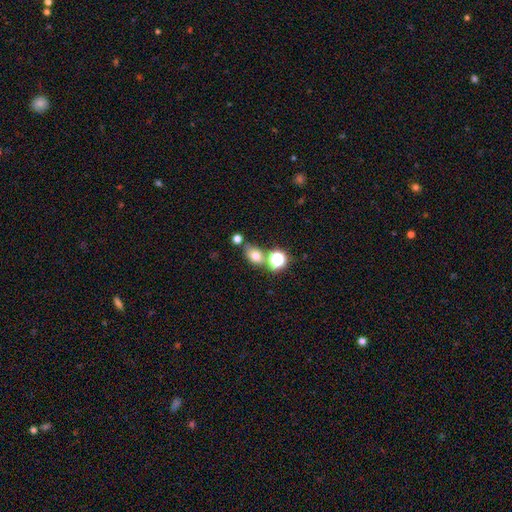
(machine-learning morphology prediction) Smooth or featured: smooth — 70% (star or artifact — 18%)
How rounded: in between — 56% (round — 42%)
Merging: none — 63% (merger — 21%)